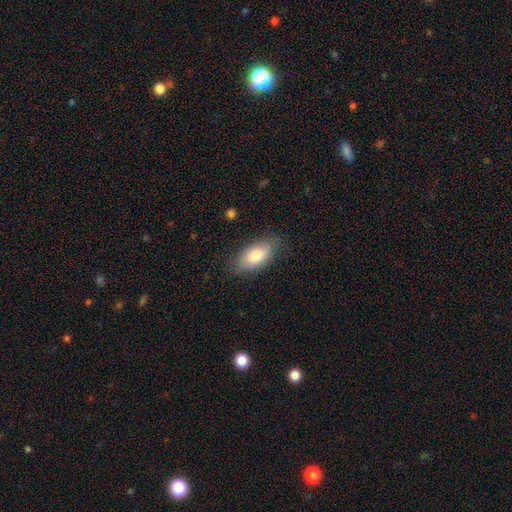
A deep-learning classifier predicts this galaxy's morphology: type=smooth (78%); roundness=in between (91%); merging=none (76%).